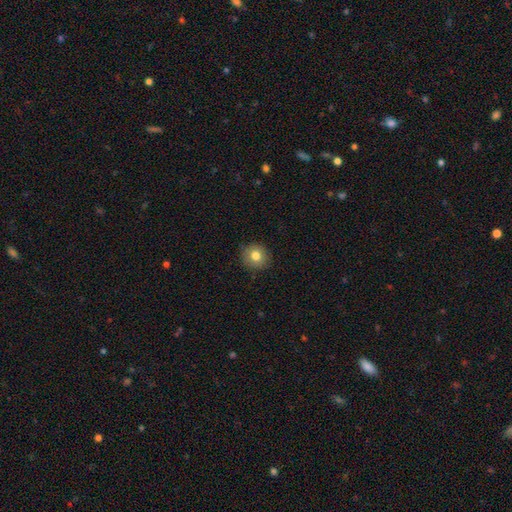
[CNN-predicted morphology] Q: Smooth or featured?
A: smooth (79%); runner-up: featured or disk (11%)
Q: How rounded?
A: round (87%); runner-up: in between (12%)
Q: Merging?
A: none (88%); runner-up: minor disturbance (9%)